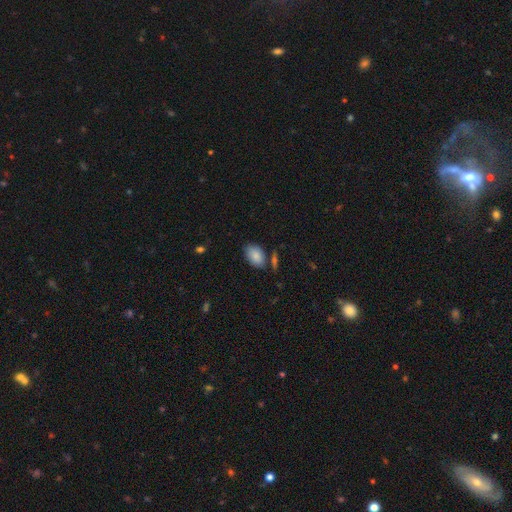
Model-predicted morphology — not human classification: A smooth galaxy with no disk features (86%) that is in between round and cigar-shaped (90%). Merging: none (73%).